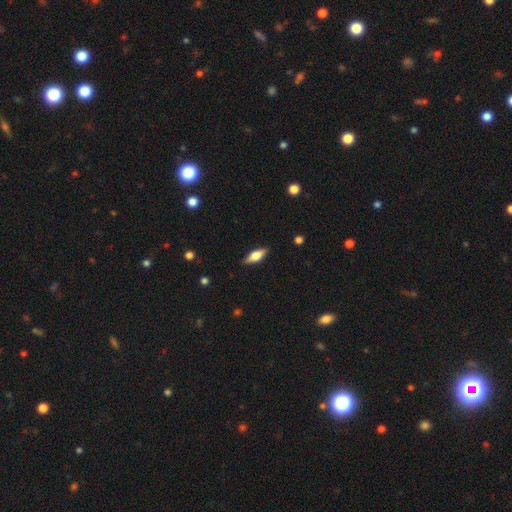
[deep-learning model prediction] This appears to be a smooth galaxy with no disk features (54%) that is in between round and cigar-shaped (63%). Merging: none (87%).